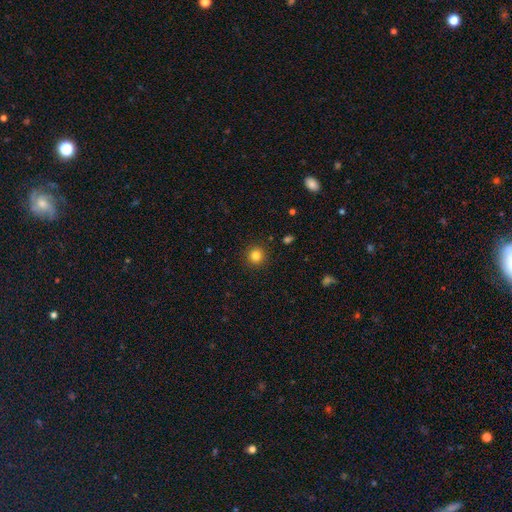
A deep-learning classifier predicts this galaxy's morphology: The model was most divided on "smooth or featured": smooth: 83%, star or artifact: 12%, featured or disk: 5%. More confident: how rounded — round (95%); merging — none (92%).